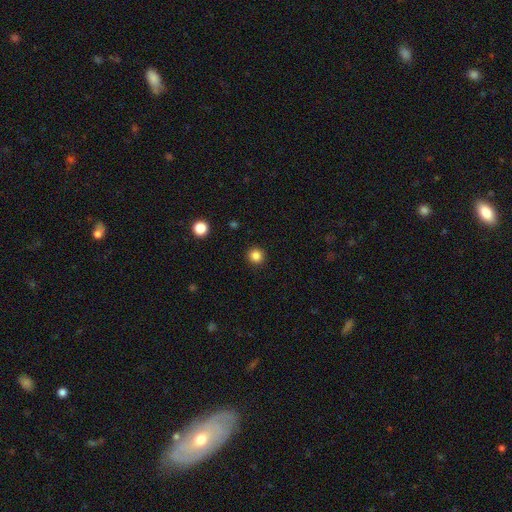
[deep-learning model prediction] Overall: smooth (84%). How rounded: round (95%). Merging: none (92%).